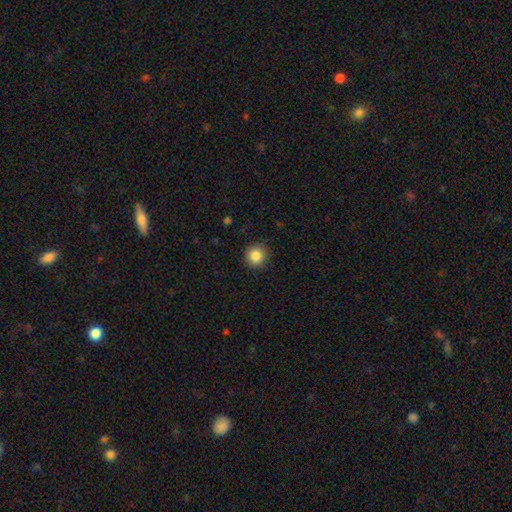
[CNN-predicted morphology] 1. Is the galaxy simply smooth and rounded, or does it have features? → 86% smooth, 10% star or artifact, 4% featured or disk.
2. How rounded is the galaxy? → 94% round, 5% in between, 1% cigar-shaped.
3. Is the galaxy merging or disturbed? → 90% none, 7% minor disturbance, 2% major disturbance, 1% merger.